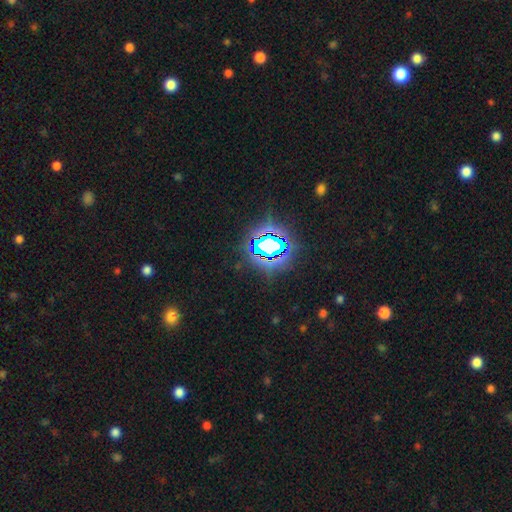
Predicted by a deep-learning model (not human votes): Smooth or featured? star or artifact (85%)